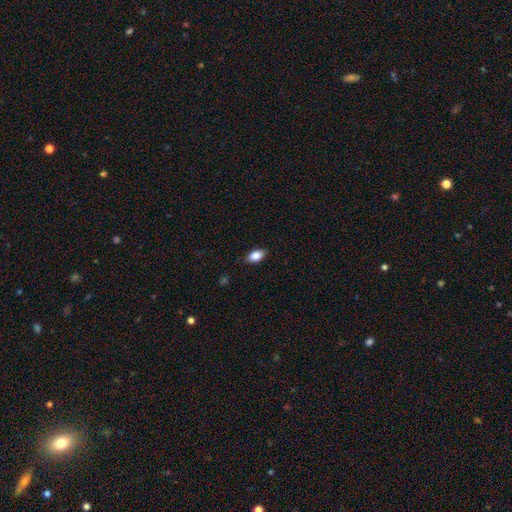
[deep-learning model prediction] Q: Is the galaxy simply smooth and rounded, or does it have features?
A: smooth — 85%.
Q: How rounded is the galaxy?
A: in between — 90%.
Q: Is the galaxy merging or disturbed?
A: none — 85%.